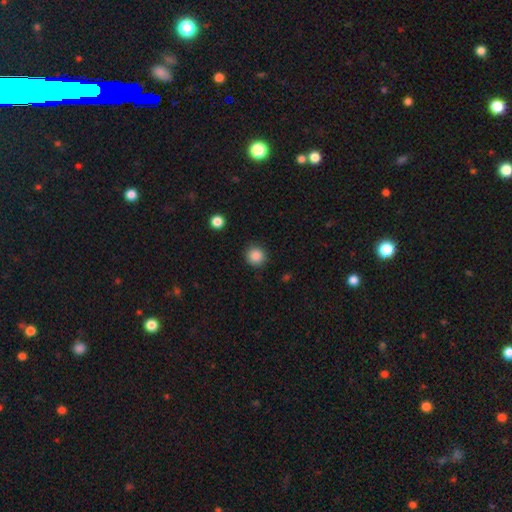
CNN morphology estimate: Q: Smooth or featured?
A: smooth (87%); runner-up: star or artifact (10%)
Q: How rounded?
A: round (93%); runner-up: in between (7%)
Q: Merging?
A: none (90%); runner-up: minor disturbance (7%)